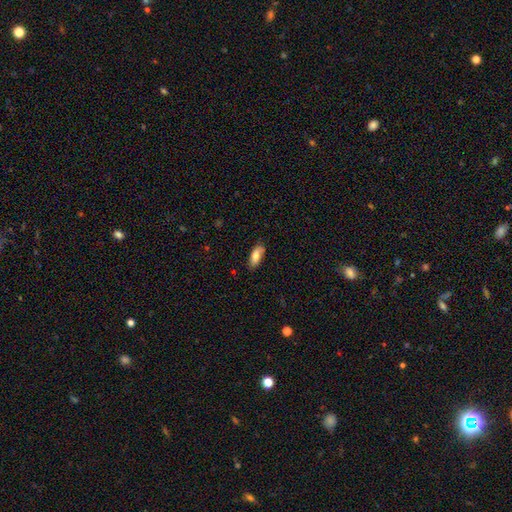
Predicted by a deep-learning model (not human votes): Morphology: type=smooth (74%); roundness=in between (81%); merging=none (75%).